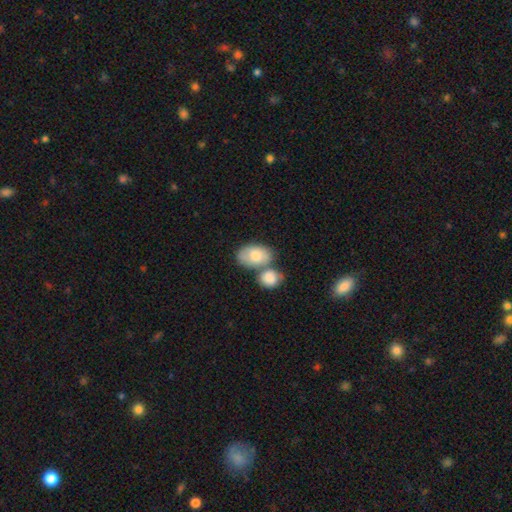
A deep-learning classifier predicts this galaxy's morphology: A smooth galaxy with no disk features (76%) that is in between round and cigar-shaped (88%).

Vote fractions:
- Smooth or featured? smooth: 76% / featured or disk: 17% / star or artifact: 6%
- How rounded? in between: 88% / round: 11% / cigar-shaped: 1%
- Merging? merger: 45% / none: 36% / minor disturbance: 14% / major disturbance: 5%